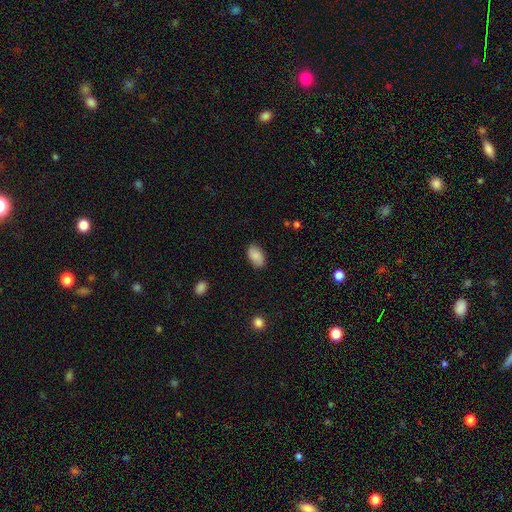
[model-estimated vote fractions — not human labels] This is clearly a smooth galaxy (85%). How rounded: clearly in between (93%). Merging: clearly none (83%).